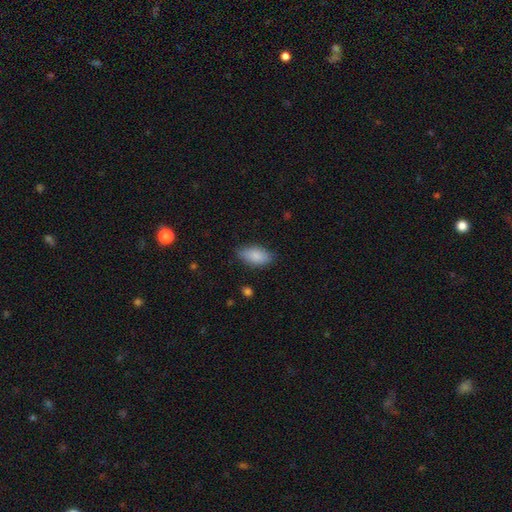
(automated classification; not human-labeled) The model was most divided on "merging": none: 77%, minor disturbance: 18%, major disturbance: 4%, merger: 1%. More confident: how rounded — in between (90%); smooth or featured — smooth (86%).